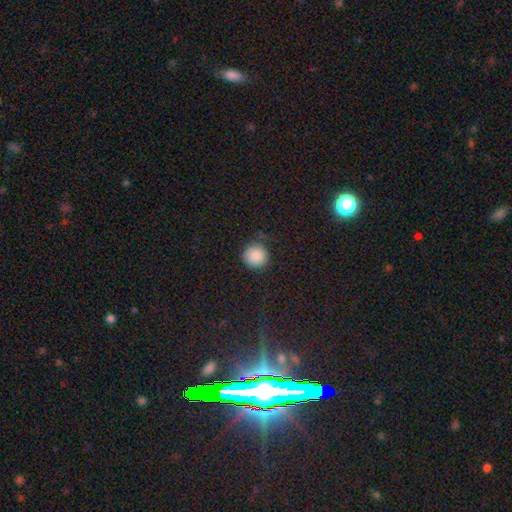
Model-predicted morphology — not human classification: The model was most divided on "merging": none: 79%, minor disturbance: 14%, major disturbance: 5%, merger: 2%. More confident: how rounded — round (94%); smooth or featured — smooth (87%).